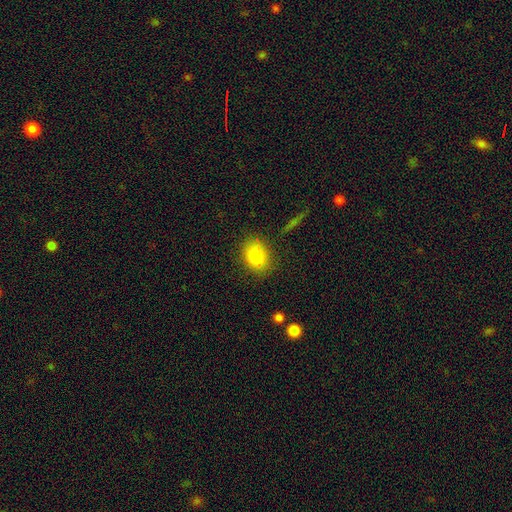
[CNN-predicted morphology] Smooth or featured? smooth (80%)
How rounded? round (50%)
Merging? none (75%)